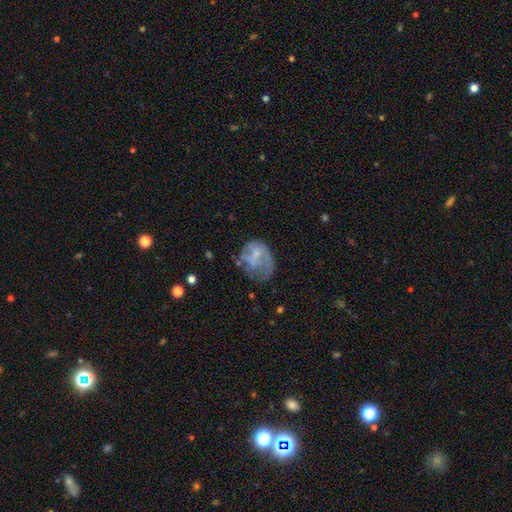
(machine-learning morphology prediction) smooth_or_featured: smooth (p=0.46) [alt: featured or disk p=0.44]
merging: major disturbance (p=0.38) [alt: none p=0.31]